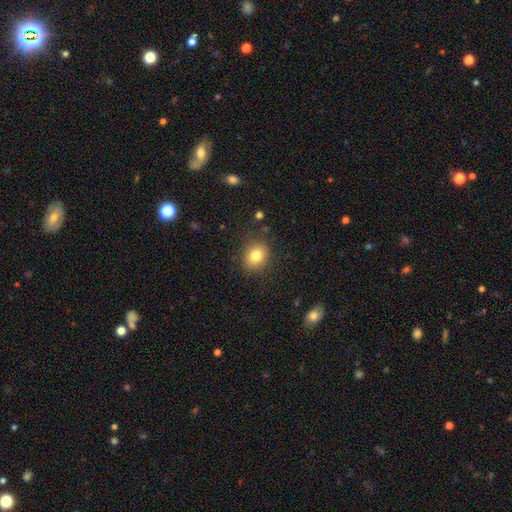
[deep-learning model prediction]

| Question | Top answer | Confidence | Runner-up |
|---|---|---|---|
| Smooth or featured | smooth | 81% | star or artifact (11%) |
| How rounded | round | 58% | in between (41%) |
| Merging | none | 86% | minor disturbance (9%) |